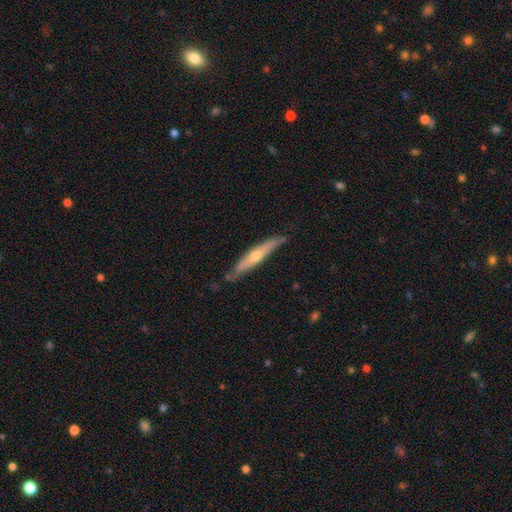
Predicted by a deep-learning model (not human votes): Smooth or featured? Predicted: featured or disk (p=0.64). Edge-on disk? Predicted: yes (p=0.90). Edge-on bulge? Predicted: rounded (p=0.80). Merging? Predicted: none (p=0.80).